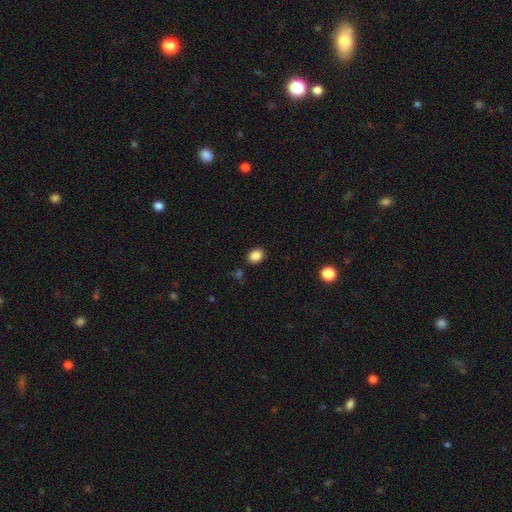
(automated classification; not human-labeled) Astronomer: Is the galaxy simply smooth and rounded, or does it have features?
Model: smooth — 86%.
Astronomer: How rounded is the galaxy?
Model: in between — 52% (runner-up: round, 47%).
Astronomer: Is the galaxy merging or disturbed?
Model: none — 87%.